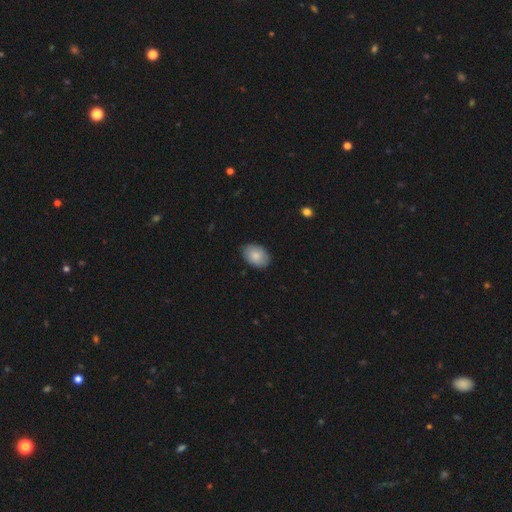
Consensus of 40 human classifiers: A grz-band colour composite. It shows a smooth galaxy with no disk features (98%) that is in between round and cigar-shaped (85%). Merging: none (82%).